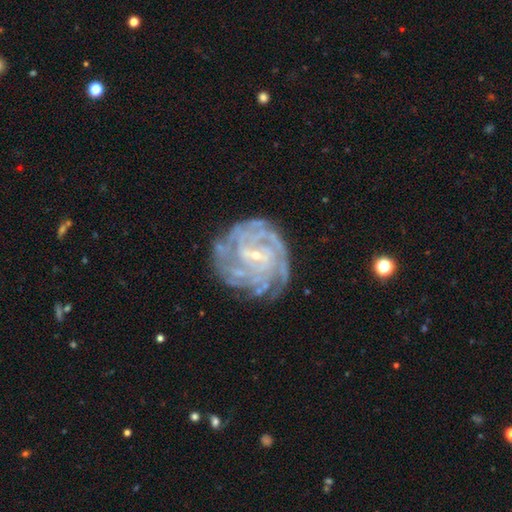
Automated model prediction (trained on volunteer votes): Smooth or featured? featured or disk (86%)
Edge-on disk? no (97%)
Bar? weak (43%)
Spiral arms? yes (96%)
Spiral winding? tight (75%)
Spiral arm count? can't tell (28%)
Bulge size? small (83%)
Merging? none (75%)